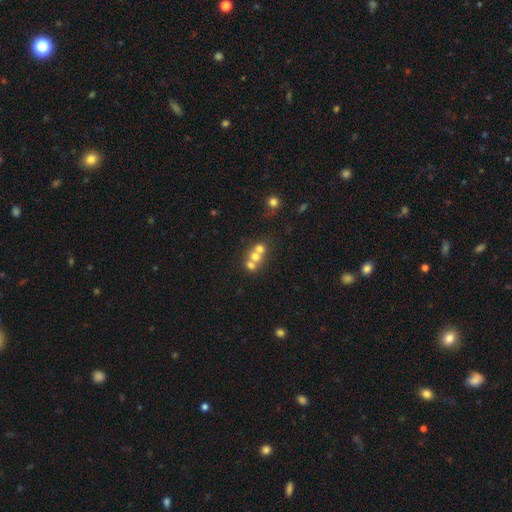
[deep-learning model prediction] Overall: smooth (57%; featured or disk 28%). How rounded: round (75%). Merging: merger (62%; none 29%).